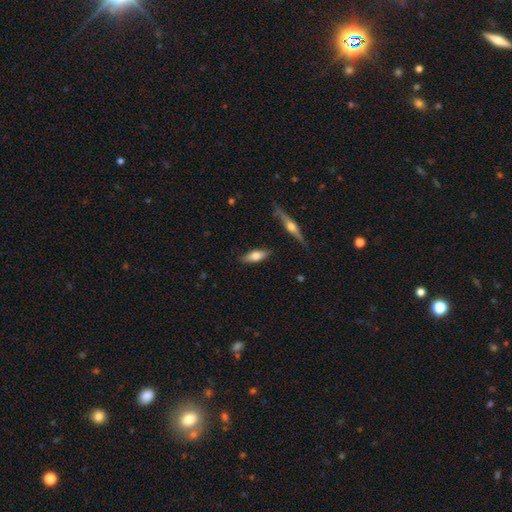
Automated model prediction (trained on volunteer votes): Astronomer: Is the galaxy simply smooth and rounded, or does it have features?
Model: smooth — 61%.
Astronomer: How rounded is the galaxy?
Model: in between — 57% (runner-up: cigar-shaped, 40%).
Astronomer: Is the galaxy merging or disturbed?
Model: none — 81%.